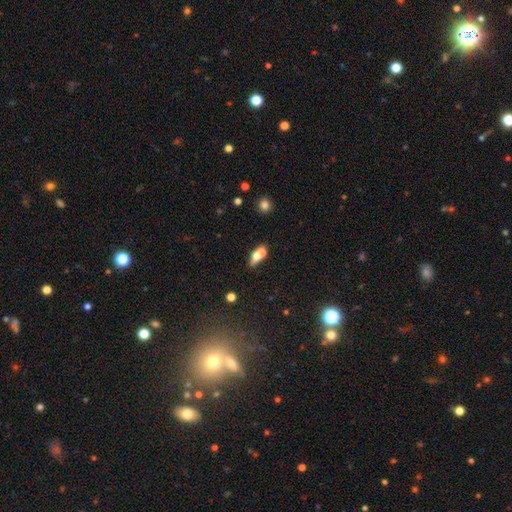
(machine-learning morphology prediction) This is likely a smooth galaxy (62%). How rounded: likely in between (65%). Merging: possibly merger (53%).